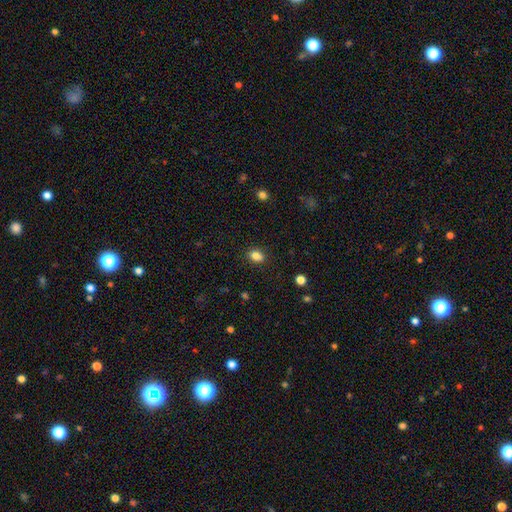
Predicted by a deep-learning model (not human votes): This appears to be a smooth galaxy with no disk features (84%) that is in between round and cigar-shaped (66%). Merging: none (86%).